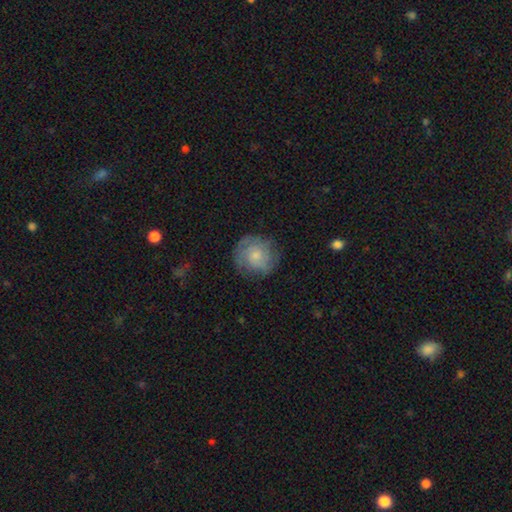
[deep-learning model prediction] Morphology: type=smooth (51%); roundness=round (89%); merging=none (73%).